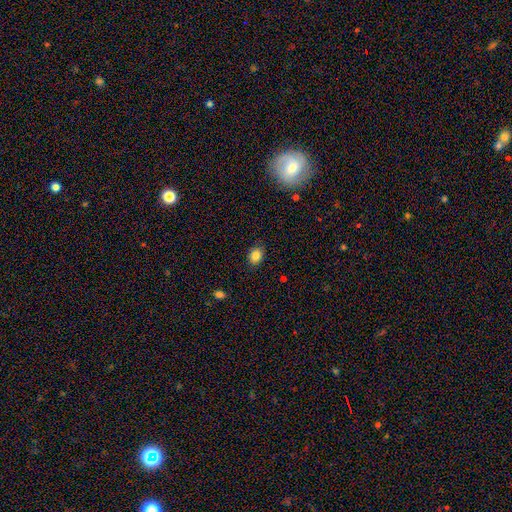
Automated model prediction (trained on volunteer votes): Q: Smooth or featured?
A: smooth (84%); runner-up: star or artifact (10%)
Q: How rounded?
A: in between (51%); runner-up: round (48%)
Q: Merging?
A: none (85%); runner-up: minor disturbance (12%)